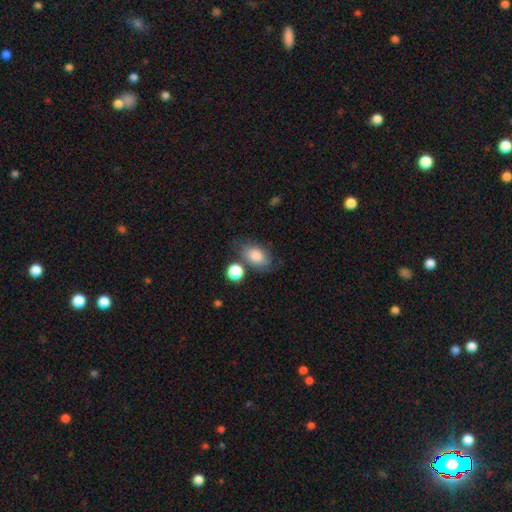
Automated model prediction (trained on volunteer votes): This is clearly a smooth galaxy (82%). How rounded: clearly in between (84%). Merging: likely none (65%).